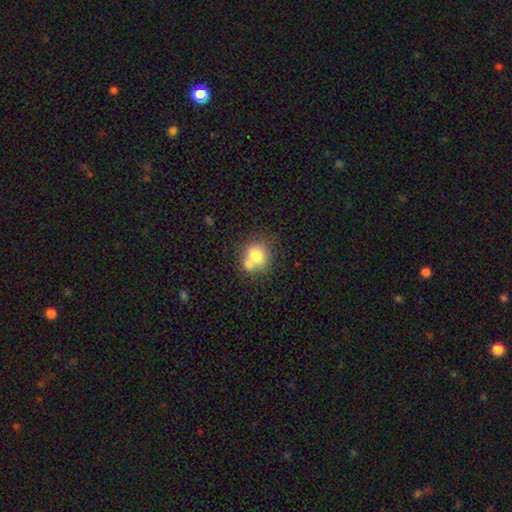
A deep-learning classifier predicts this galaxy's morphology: Smooth or featured?
  - smooth: 74% *
  - featured or disk: 16%
  - star or artifact: 10%
How rounded?
  - round: 82% *
  - in between: 17%
  - cigar-shaped: 1%
Merging?
  - none: 46% *
  - merger: 39%
  - minor disturbance: 11%
  - major disturbance: 4%